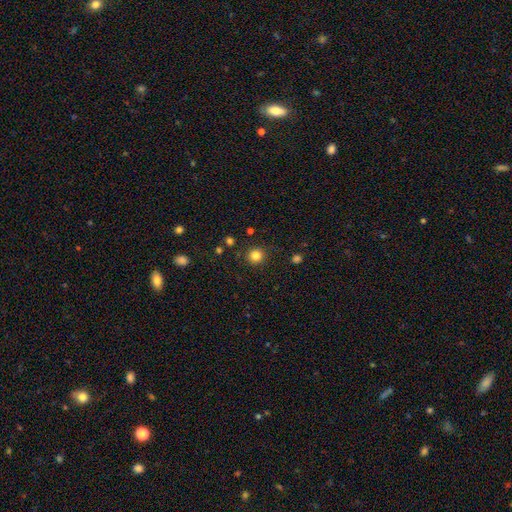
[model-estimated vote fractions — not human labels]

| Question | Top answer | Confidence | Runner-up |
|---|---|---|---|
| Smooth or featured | smooth | 83% | star or artifact (12%) |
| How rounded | round | 93% | in between (6%) |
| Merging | none | 89% | minor disturbance (7%) |